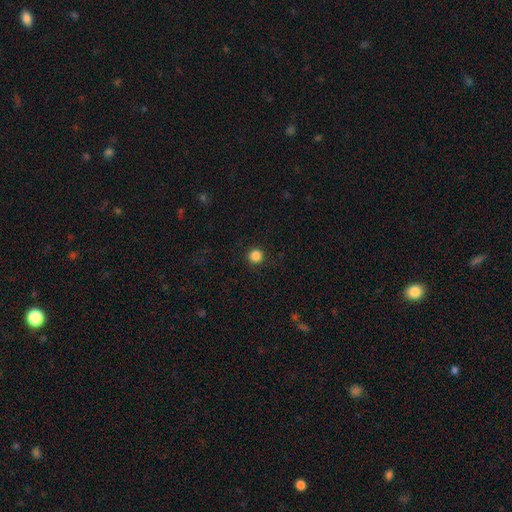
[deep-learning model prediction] Overall: smooth (86%). How rounded: round (96%). Merging: none (91%).